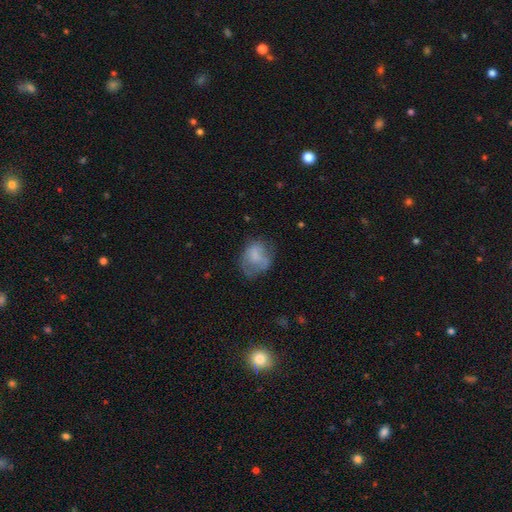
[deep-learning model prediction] This is possibly a smooth galaxy (58%). How rounded: possibly in between (52%). Merging: marginally none (43%).